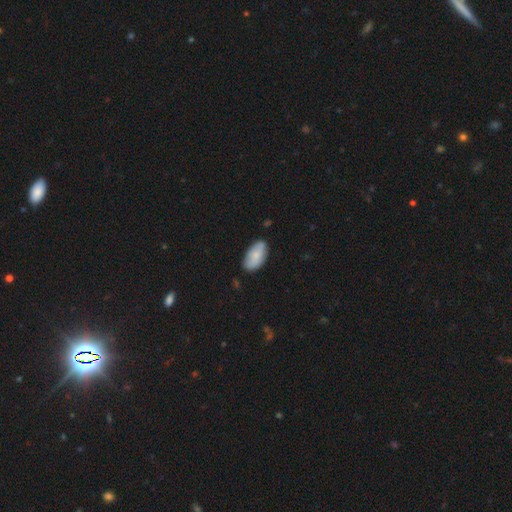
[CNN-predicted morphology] smooth-or-featured: smooth: 77% | featured or disk: 17% | star or artifact: 6%
  how-rounded: in between: 94% | cigar-shaped: 3% | round: 3%
  merging: none: 75% | minor disturbance: 20% | major disturbance: 3% | merger: 2%